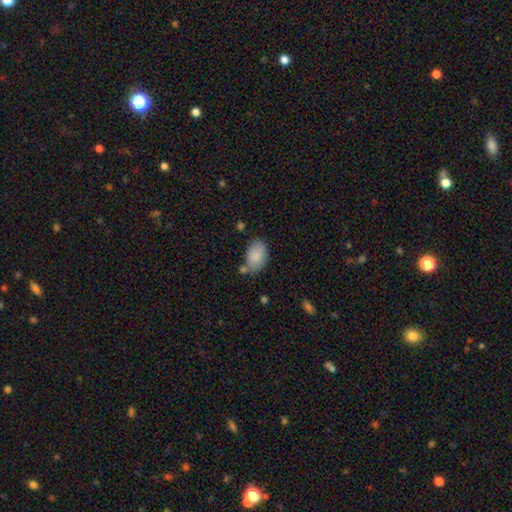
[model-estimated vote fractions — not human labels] Morphology: type=smooth (87%); roundness=in between (92%); merging=none (63%).